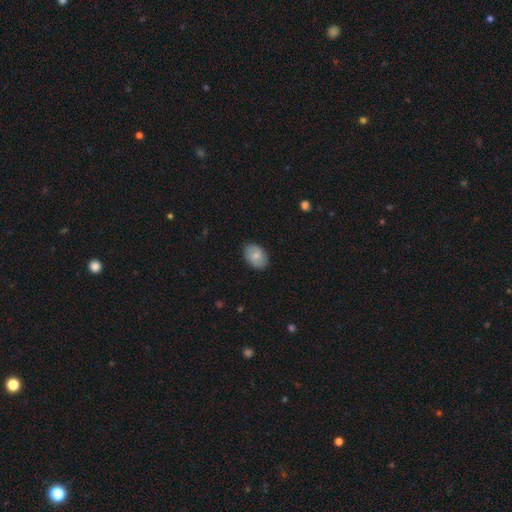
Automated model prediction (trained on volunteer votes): The model was most divided on "smooth or featured": smooth: 70%, featured or disk: 23%, star or artifact: 7%. More confident: merging — none (86%); how rounded — in between (81%).